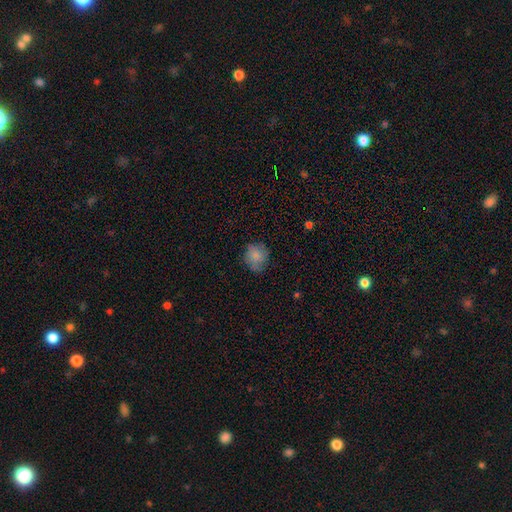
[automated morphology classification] A smooth galaxy with no disk features (82%) that is round (81%).

Vote fractions:
- Smooth or featured? smooth: 82% / featured or disk: 10% / star or artifact: 8%
- How rounded? round: 81% / in between: 18% / cigar-shaped: 1%
- Merging? none: 73% / minor disturbance: 20% / major disturbance: 5% / merger: 1%